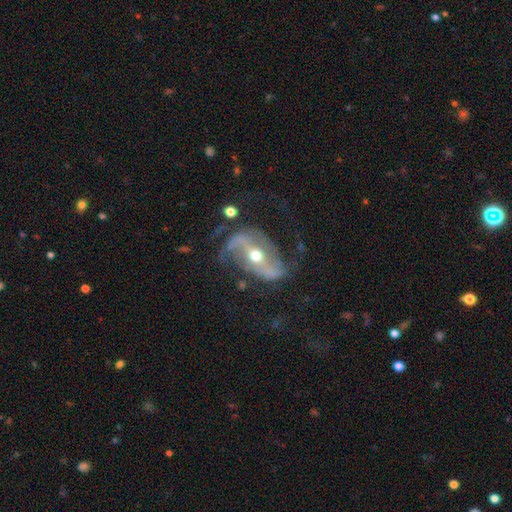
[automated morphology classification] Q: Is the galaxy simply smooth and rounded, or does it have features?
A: featured or disk — 86%.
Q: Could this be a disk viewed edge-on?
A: no — 95%.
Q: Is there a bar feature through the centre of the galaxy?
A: strong — 49%.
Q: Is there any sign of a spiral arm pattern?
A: yes — 91%.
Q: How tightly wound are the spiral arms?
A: loose — 57%.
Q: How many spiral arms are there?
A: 2 — 89%.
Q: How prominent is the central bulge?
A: moderate — 72%.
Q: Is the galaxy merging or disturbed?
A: none — 60%.